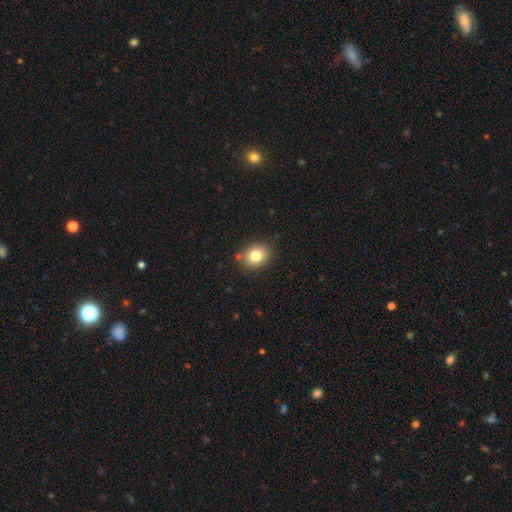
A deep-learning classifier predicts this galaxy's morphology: type=smooth (80%); roundness=round (58%); merging=none (86%).